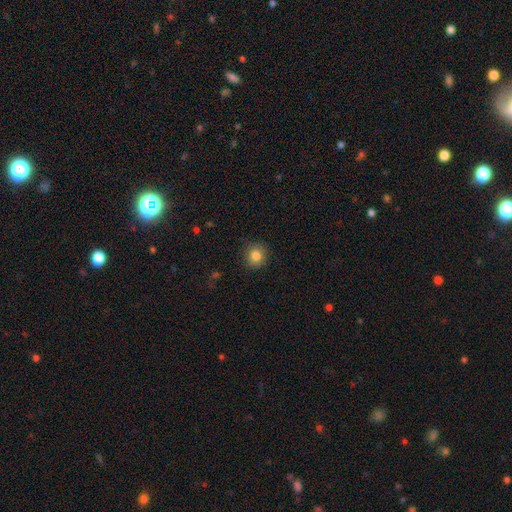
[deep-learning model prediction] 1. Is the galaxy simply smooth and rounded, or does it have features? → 83% smooth, 11% star or artifact, 6% featured or disk.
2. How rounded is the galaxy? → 87% round, 12% in between, 1% cigar-shaped.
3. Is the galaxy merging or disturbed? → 89% none, 8% minor disturbance, 2% major disturbance, 1% merger.